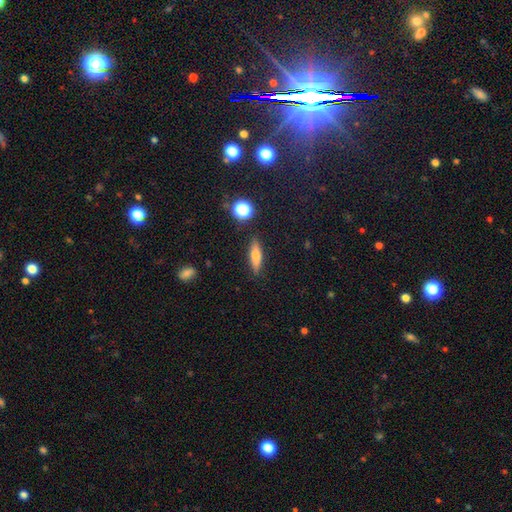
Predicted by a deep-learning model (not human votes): smooth 60%, featured or disk 31%, star or artifact 9%. Down the decision tree: how rounded — cigar-shaped (61%); merging — none (87%).